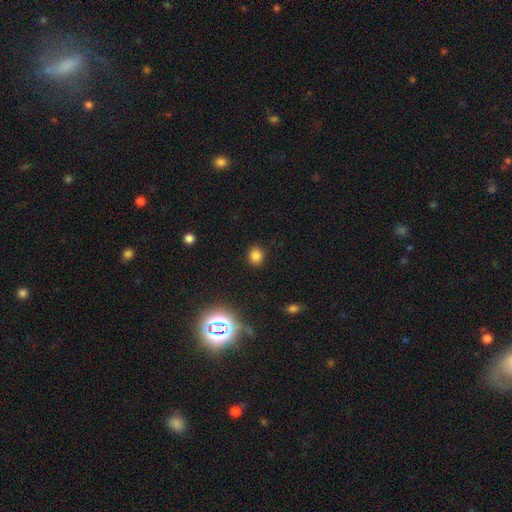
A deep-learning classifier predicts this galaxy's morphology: smooth 81%, star or artifact 15%, featured or disk 5%. Down the decision tree: how rounded — round (75%); merging — none (90%).